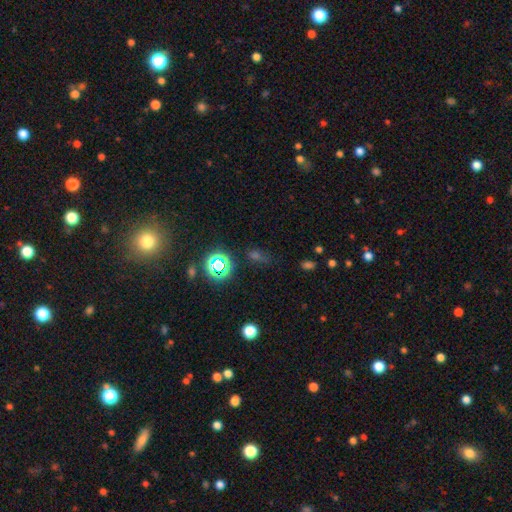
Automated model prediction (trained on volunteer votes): Smooth or featured: star or artifact — 59% (smooth — 30%)